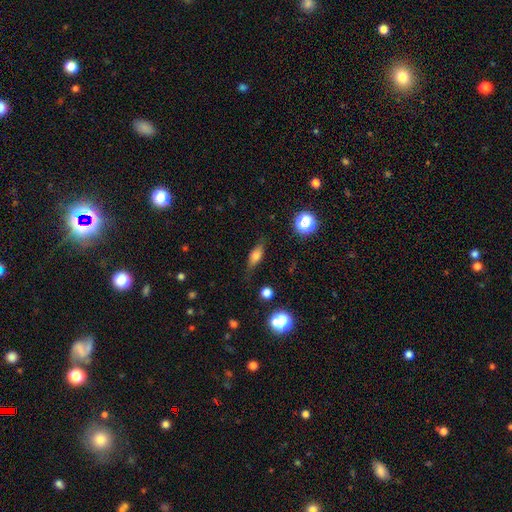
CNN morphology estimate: A smooth galaxy with no disk features (66%) that is in between round and cigar-shaped (64%).

Vote fractions:
- Smooth or featured? smooth: 66% / featured or disk: 23% / star or artifact: 11%
- How rounded? in between: 64% / cigar-shaped: 27% / round: 9%
- Merging? none: 76% / minor disturbance: 17% / major disturbance: 5% / merger: 2%